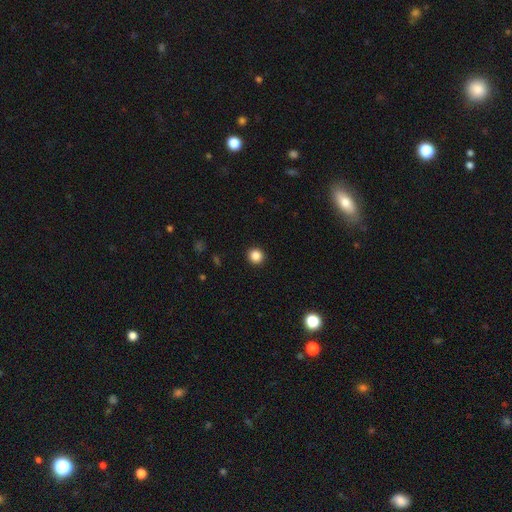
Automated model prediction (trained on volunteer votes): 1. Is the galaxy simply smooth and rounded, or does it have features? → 86% smooth, 11% star or artifact, 3% featured or disk.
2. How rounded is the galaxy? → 95% round, 5% in between, 1% cigar-shaped.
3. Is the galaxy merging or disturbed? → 93% none, 4% minor disturbance, 2% major disturbance, 1% merger.